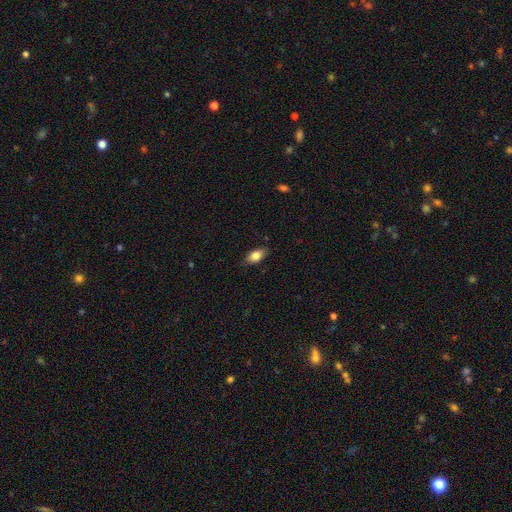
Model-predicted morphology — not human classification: smooth-or-featured: smooth: 81% | featured or disk: 11% | star or artifact: 8%
  how-rounded: in between: 87% | round: 7% | cigar-shaped: 6%
  merging: none: 81% | minor disturbance: 15% | major disturbance: 3% | merger: 1%